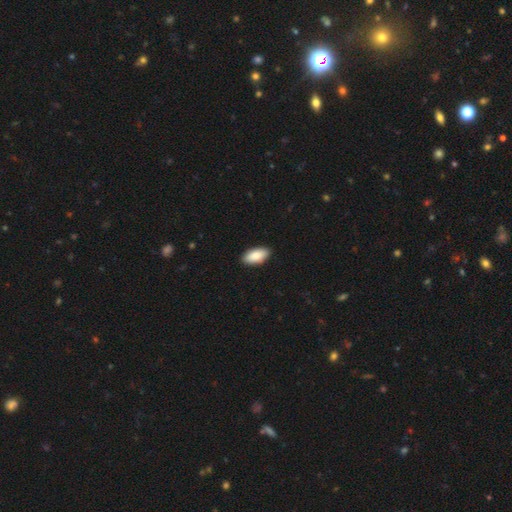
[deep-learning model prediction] The model was most divided on "smooth or featured": smooth: 87%, featured or disk: 7%, star or artifact: 6%. More confident: how rounded — in between (93%); merging — none (90%).